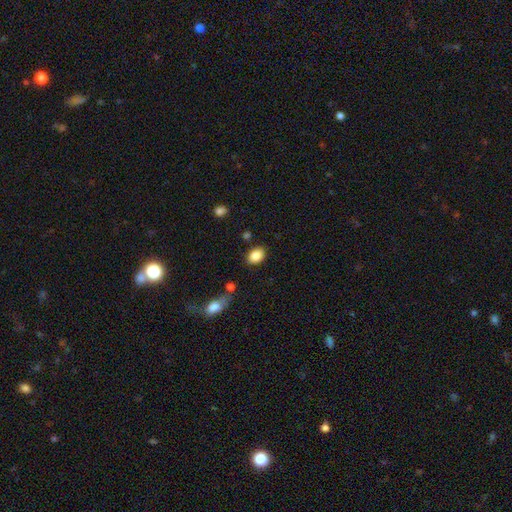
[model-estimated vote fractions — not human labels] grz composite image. It shows a smooth galaxy with no disk features (87%) that is in between round and cigar-shaped (75%). Merging: none (83%).